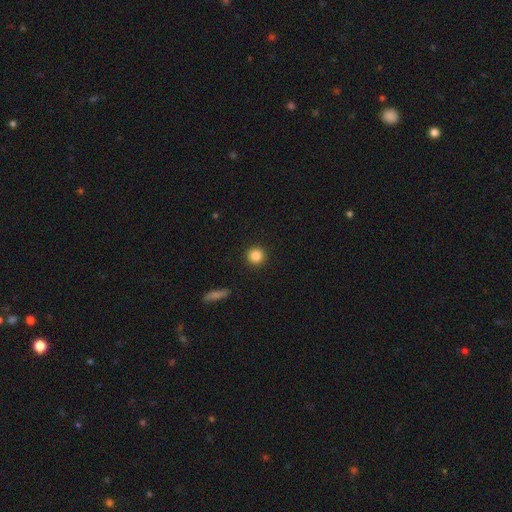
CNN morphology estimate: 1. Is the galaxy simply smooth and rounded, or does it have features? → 86% smooth, 10% star or artifact, 4% featured or disk.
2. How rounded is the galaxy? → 94% round, 5% in between, 1% cigar-shaped.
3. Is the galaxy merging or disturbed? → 92% none, 5% minor disturbance, 2% major disturbance, 1% merger.